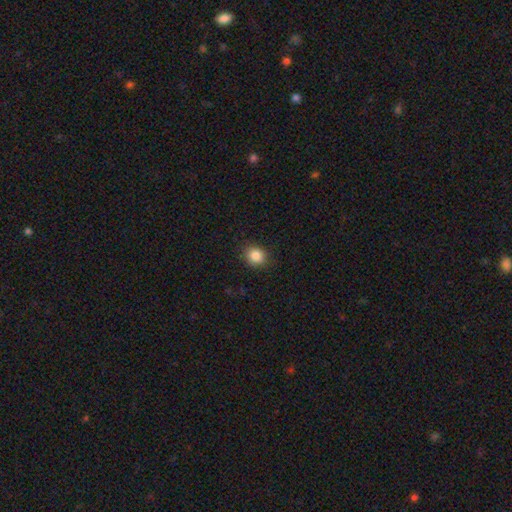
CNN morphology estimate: The model was most divided on "how rounded": round: 66%, in between: 33%, cigar-shaped: 1%. More confident: merging — none (87%); smooth or featured — smooth (86%).